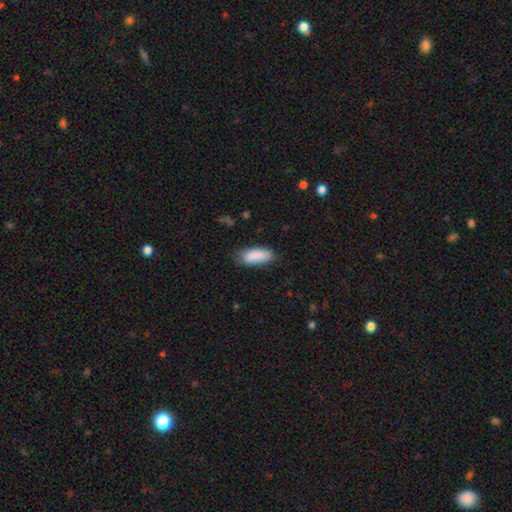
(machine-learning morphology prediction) A smooth galaxy with no disk features (88%) that is in between round and cigar-shaped (80%).

Vote fractions:
- Smooth or featured? smooth: 88% / star or artifact: 6% / featured or disk: 5%
- How rounded? in between: 80% / cigar-shaped: 18% / round: 2%
- Merging? none: 70% / minor disturbance: 24% / major disturbance: 5% / merger: 2%